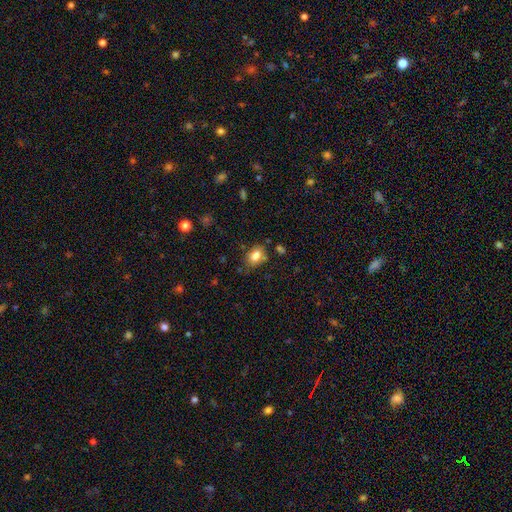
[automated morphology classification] smooth-or-featured: smooth: 82% | star or artifact: 10% | featured or disk: 8%
  how-rounded: in between: 75% | round: 24% | cigar-shaped: 1%
  merging: none: 69% | minor disturbance: 19% | merger: 6% | major disturbance: 5%